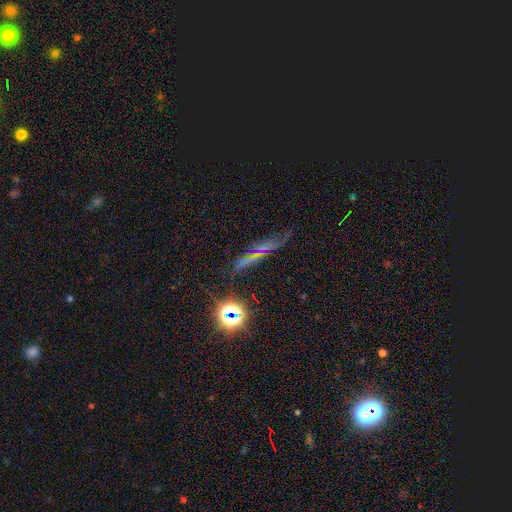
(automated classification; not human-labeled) Smooth or featured?
  - star or artifact: 36% *
  - smooth: 32%
  - featured or disk: 32%